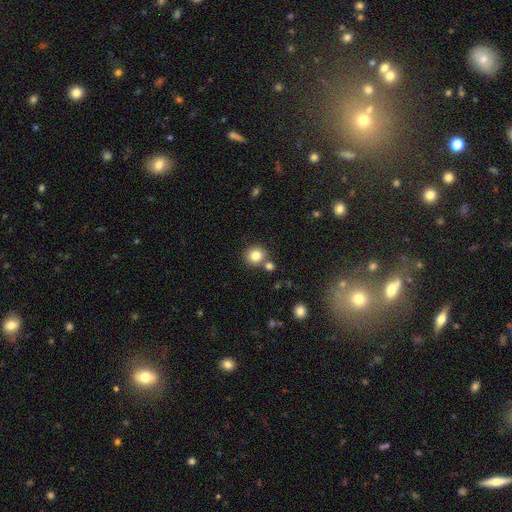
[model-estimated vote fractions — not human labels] Morphology: type=smooth (81%); roundness=round (88%); merging=none (74%).